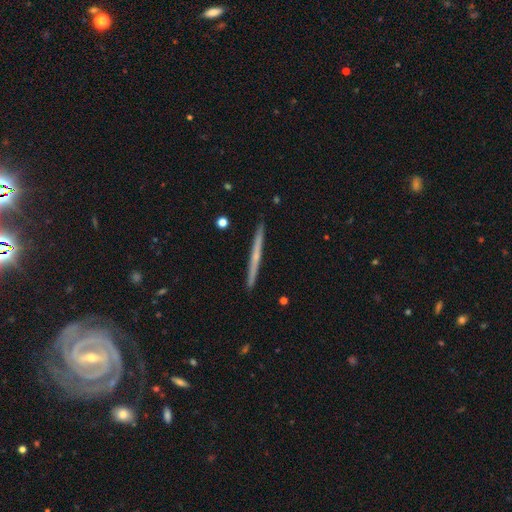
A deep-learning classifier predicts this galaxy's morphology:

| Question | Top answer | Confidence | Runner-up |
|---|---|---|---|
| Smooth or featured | featured or disk | 60% | smooth (34%) |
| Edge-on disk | yes | 98% | no (2%) |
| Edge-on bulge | none | 67% | rounded (29%) |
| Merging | none | 92% | minor disturbance (5%) |